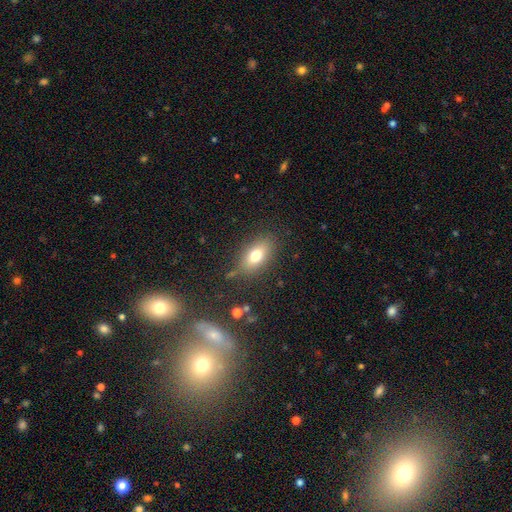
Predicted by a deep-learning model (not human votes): smooth_or_featured: smooth (p=0.74) [alt: featured or disk p=0.16]
how_rounded: in between (p=0.84) [alt: round p=0.10]
merging: none (p=0.80) [alt: minor disturbance p=0.13]